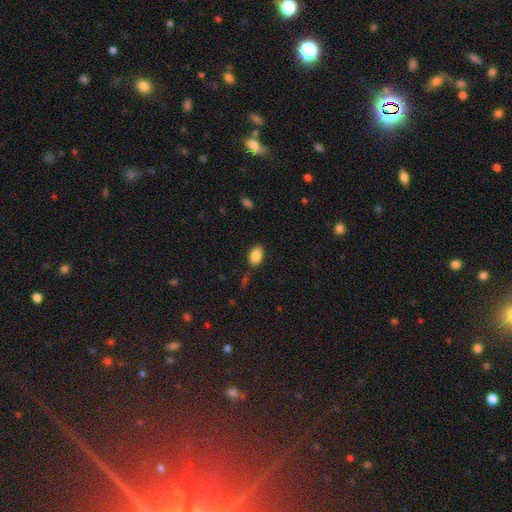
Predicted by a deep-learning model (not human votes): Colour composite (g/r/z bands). It shows a smooth galaxy with no disk features (87%) that is in between round and cigar-shaped (88%). Merging: none (79%).